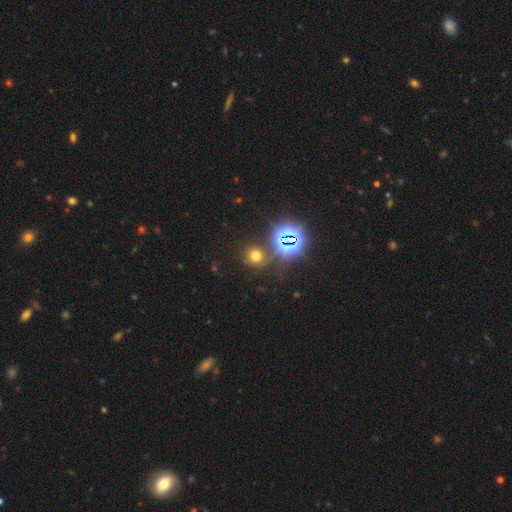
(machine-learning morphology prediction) This appears to be a smooth galaxy with no disk features (57%) that is round (84%). Merging: none (80%).